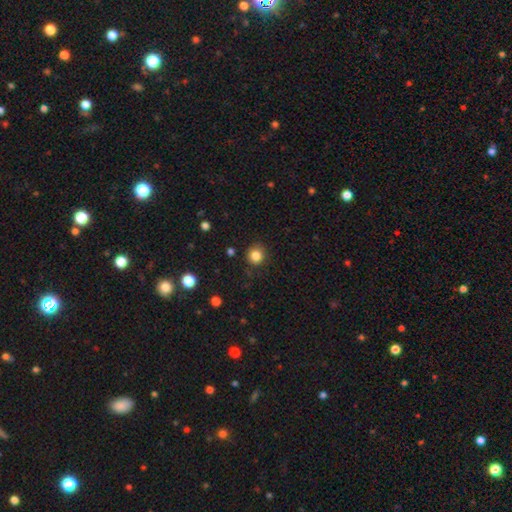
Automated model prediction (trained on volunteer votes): smooth 84%, star or artifact 12%, featured or disk 4%. Down the decision tree: how rounded — round (92%); merging — none (87%).